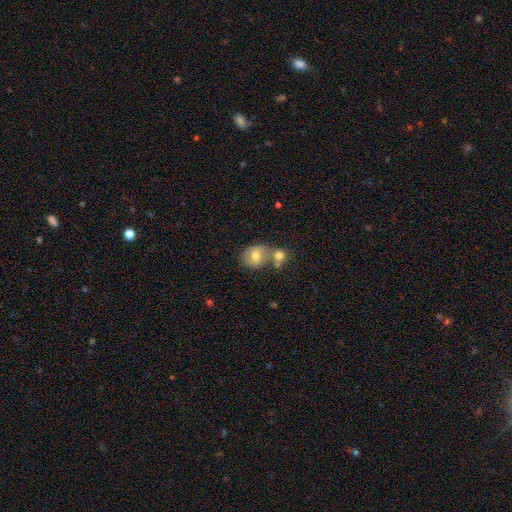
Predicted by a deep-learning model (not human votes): This appears to be a smooth galaxy with no disk features (71%) that is round (56%). Merging: merger (43%).